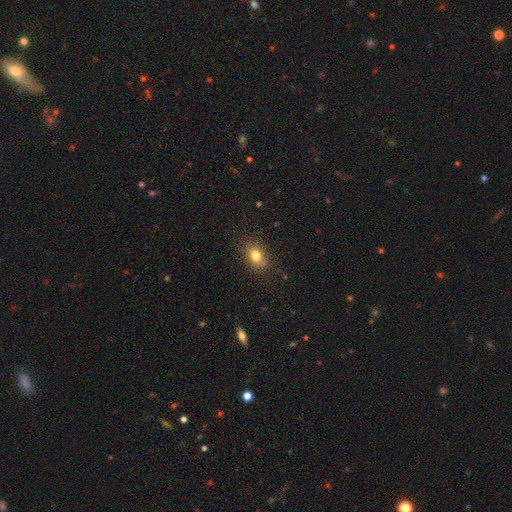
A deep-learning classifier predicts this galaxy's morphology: A smooth galaxy with no disk features (79%) that is in between round and cigar-shaped (66%).

Vote fractions:
- Smooth or featured? smooth: 79% / star or artifact: 11% / featured or disk: 10%
- How rounded? in between: 66% / round: 32% / cigar-shaped: 2%
- Merging? none: 75% / minor disturbance: 18% / major disturbance: 4% / merger: 3%